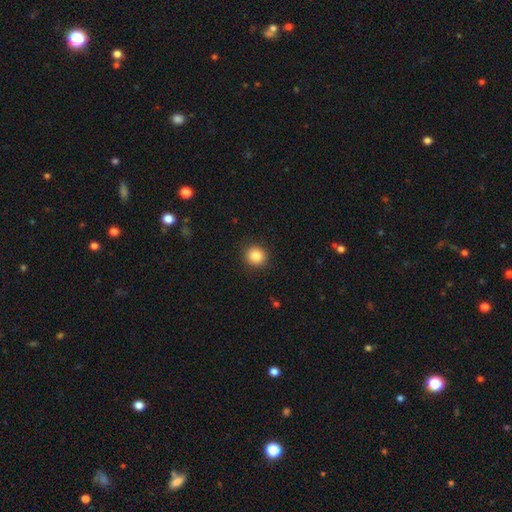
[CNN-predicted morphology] Smooth or featured? Predicted: smooth (p=0.86). How rounded? Predicted: round (p=0.89). Merging? Predicted: none (p=0.91).